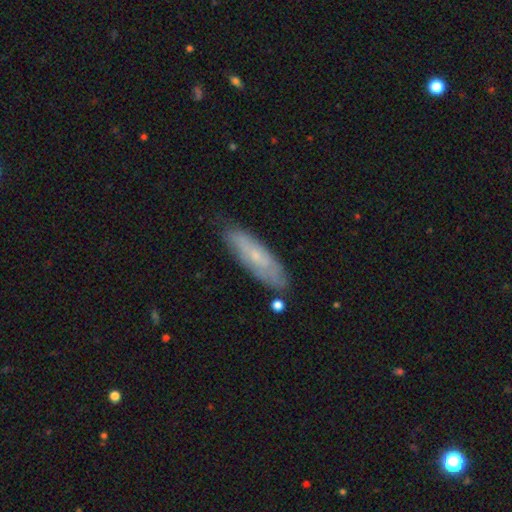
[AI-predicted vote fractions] A smooth galaxy with no disk features (47%). Merging: none (76%).